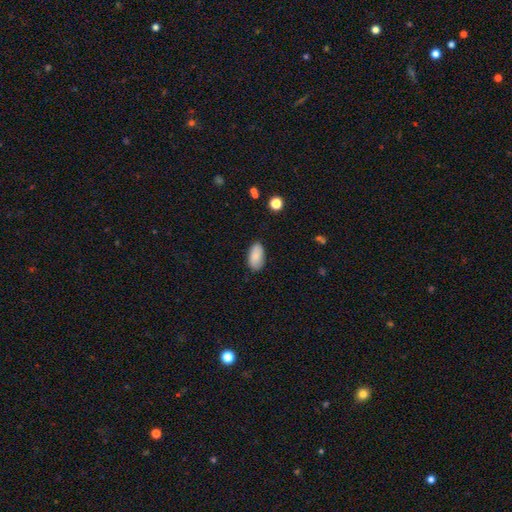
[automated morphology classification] Smooth or featured? smooth (85%)
How rounded? in between (94%)
Merging? none (84%)